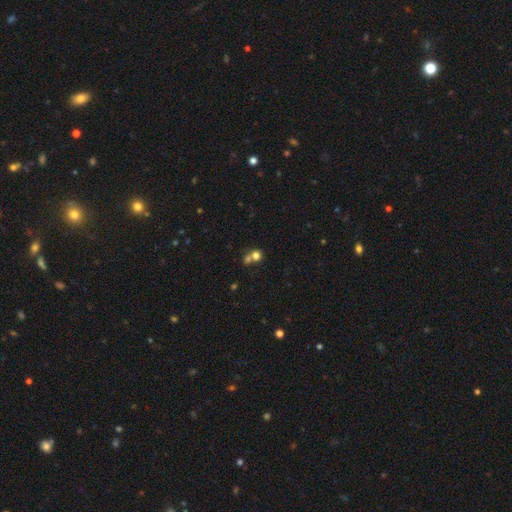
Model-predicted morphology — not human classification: Smooth or featured?
  - smooth: 73% *
  - star or artifact: 15%
  - featured or disk: 12%
How rounded?
  - round: 77% *
  - in between: 22%
  - cigar-shaped: 1%
Merging?
  - merger: 51% *
  - none: 37%
  - minor disturbance: 7%
  - major disturbance: 5%